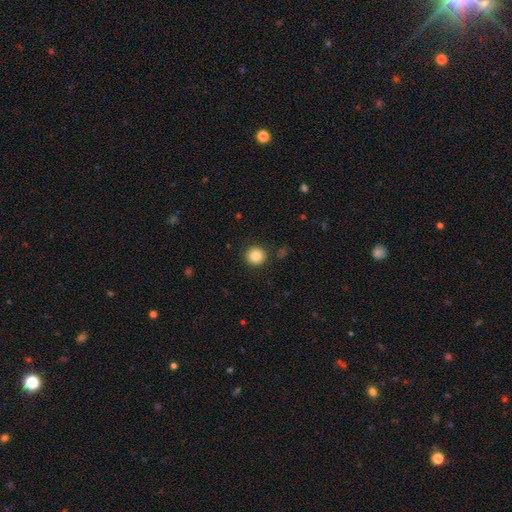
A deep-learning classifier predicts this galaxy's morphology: Smooth or featured? Predicted: smooth (p=0.84). How rounded? Predicted: round (p=0.93). Merging? Predicted: none (p=0.90).